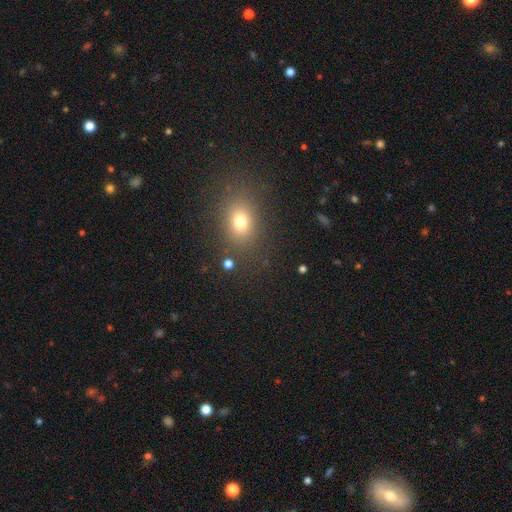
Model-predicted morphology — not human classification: smooth_or_featured: smooth (p=0.66) [alt: star or artifact p=0.25]
how_rounded: in between (p=0.62) [alt: round p=0.36]
merging: none (p=0.86) [alt: minor disturbance p=0.08]